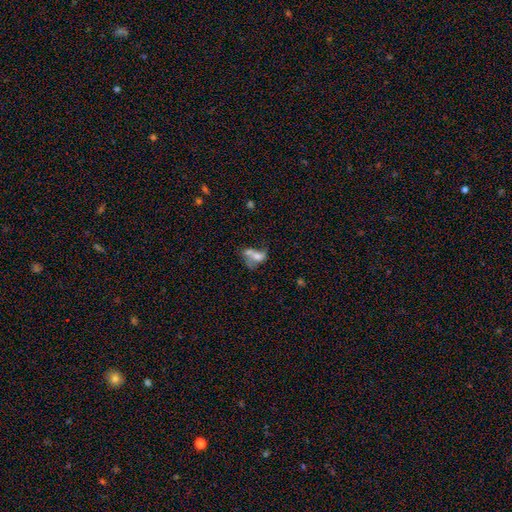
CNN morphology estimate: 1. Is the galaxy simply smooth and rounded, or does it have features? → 50% smooth, 37% featured or disk, 12% star or artifact.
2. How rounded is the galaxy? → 75% in between, 20% round, 4% cigar-shaped.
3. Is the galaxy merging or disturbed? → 49% merger, 20% major disturbance, 19% none, 12% minor disturbance.